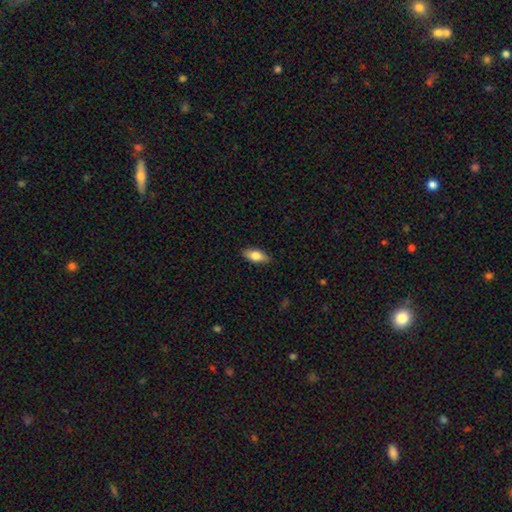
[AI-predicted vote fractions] This is clearly a smooth galaxy (80%). How rounded: clearly in between (83%). Merging: clearly none (88%).